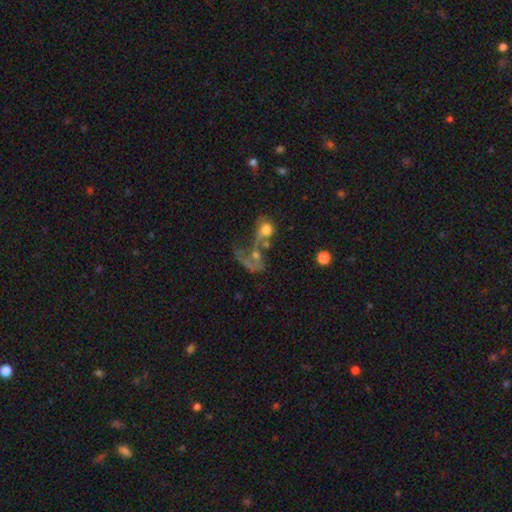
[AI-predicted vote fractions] This is possibly a featured or disk galaxy (47%). Merging: possibly merger (55%).